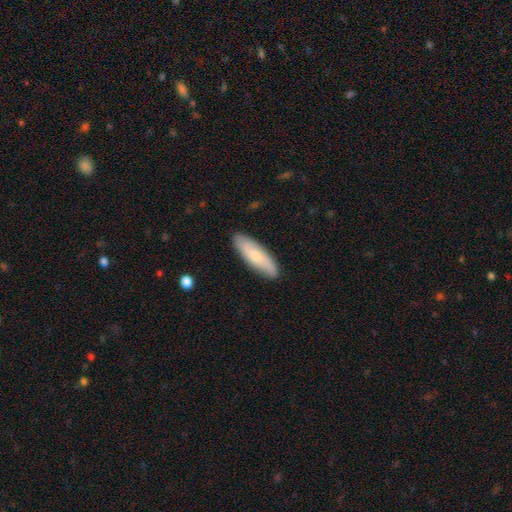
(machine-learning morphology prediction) This appears to be a smooth galaxy with no disk features (58%) that is in between round and cigar-shaped (50%). Merging: none (87%).